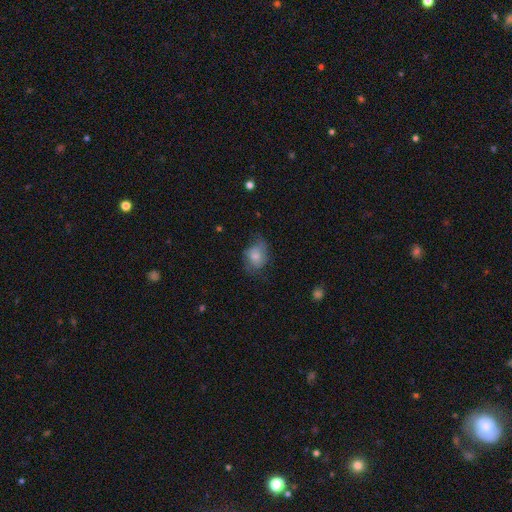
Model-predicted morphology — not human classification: Q: Smooth or featured?
A: smooth (65%); runner-up: featured or disk (26%)
Q: How rounded?
A: in between (57%); runner-up: round (42%)
Q: Merging?
A: none (46%); runner-up: minor disturbance (32%)